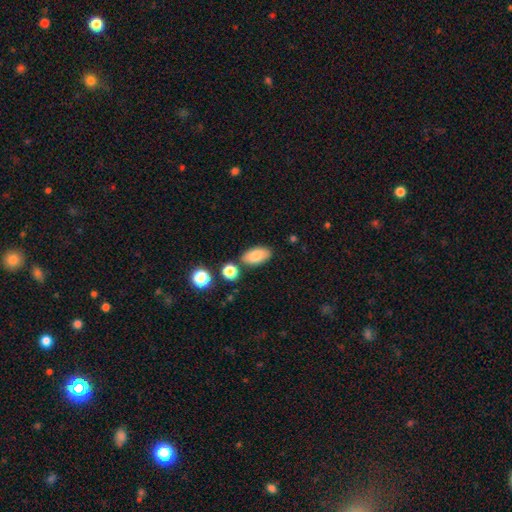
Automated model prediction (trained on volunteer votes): smooth 84%, star or artifact 8%, featured or disk 8%. Down the decision tree: how rounded — in between (92%); merging — none (78%).